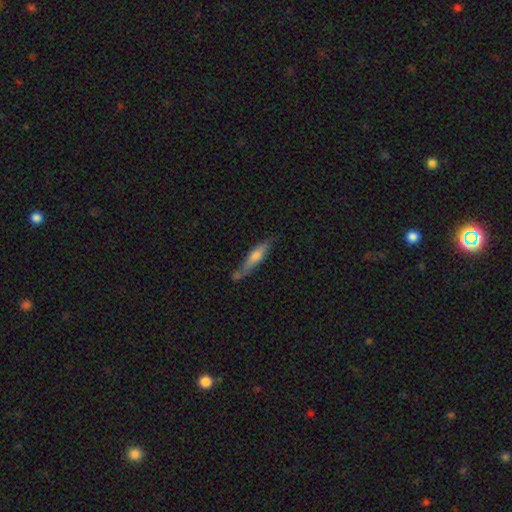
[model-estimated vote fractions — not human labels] Smooth or featured? smooth (63%)
How rounded? cigar-shaped (79%)
Merging? none (53%)